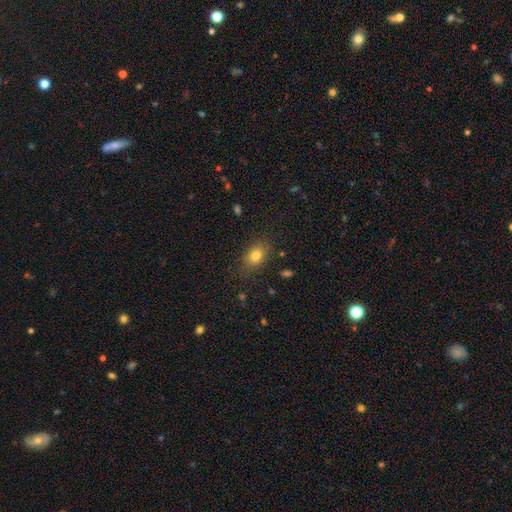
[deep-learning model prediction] The model was most divided on "how rounded": in between: 75%, round: 22%, cigar-shaped: 2%. More confident: smooth or featured — smooth (80%); merging — none (80%).